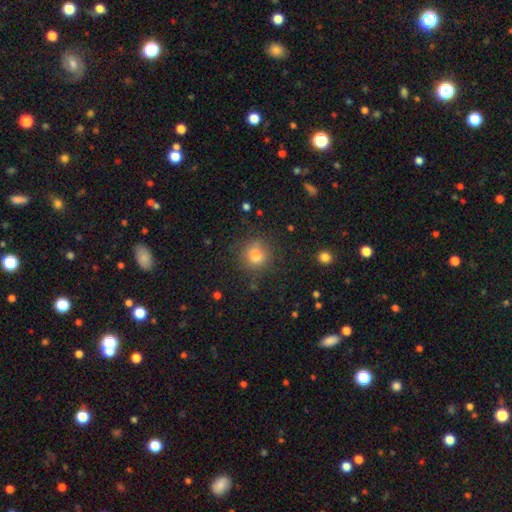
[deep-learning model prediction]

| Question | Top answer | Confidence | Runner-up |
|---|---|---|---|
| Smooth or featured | smooth | 79% | star or artifact (13%) |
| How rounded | round | 89% | in between (10%) |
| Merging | none | 80% | minor disturbance (13%) |